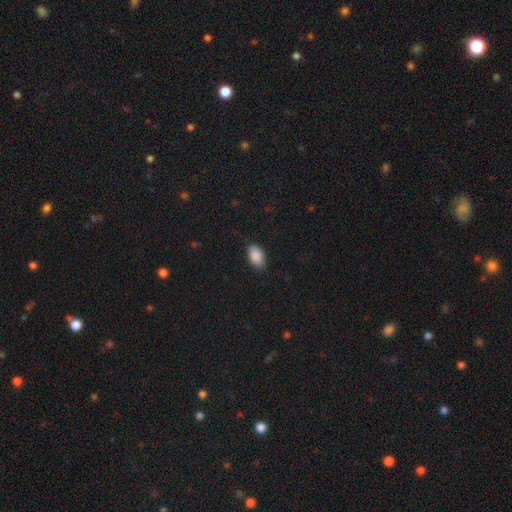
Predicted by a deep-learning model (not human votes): The model was most divided on "merging": none: 83%, minor disturbance: 13%, major disturbance: 3%, merger: 1%. More confident: how rounded — in between (93%); smooth or featured — smooth (89%).